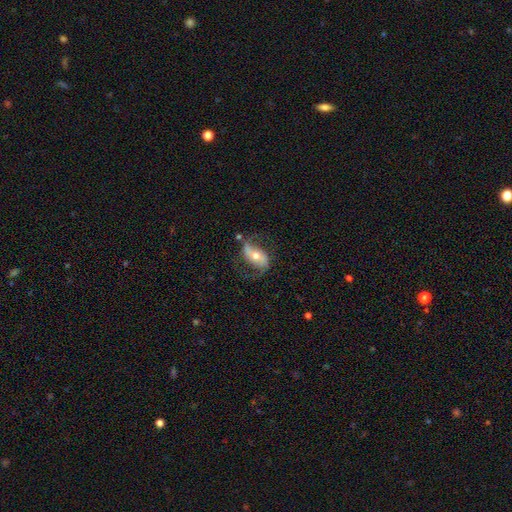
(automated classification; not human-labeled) This appears to be a featured or disk galaxy (75%) with no bar (36%), 2 (90%) loose (62%) spiral arms (90%) and a moderate central bulge (61%). Merging: none (65%).